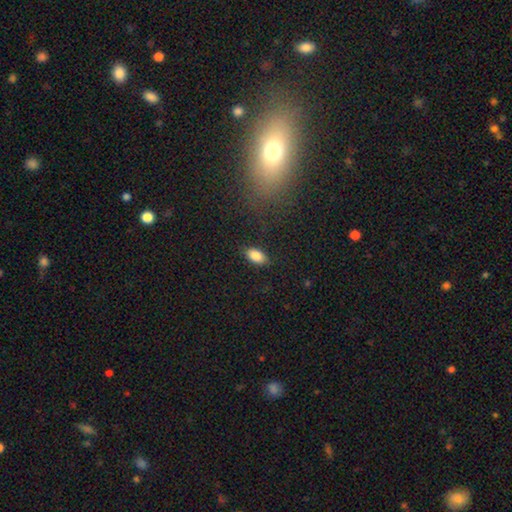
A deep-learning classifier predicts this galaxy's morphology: smooth-or-featured: smooth: 86% | star or artifact: 8% | featured or disk: 6%
  how-rounded: in between: 91% | round: 5% | cigar-shaped: 3%
  merging: none: 85% | minor disturbance: 11% | major disturbance: 3% | merger: 1%